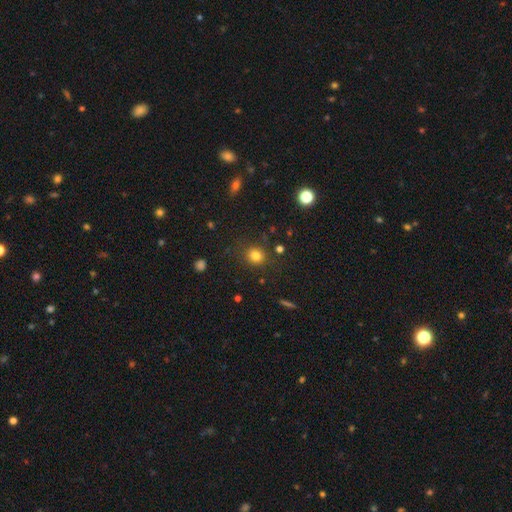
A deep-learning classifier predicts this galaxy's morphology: This is likely a smooth galaxy (80%). How rounded: clearly round (83%). Merging: clearly none (82%).